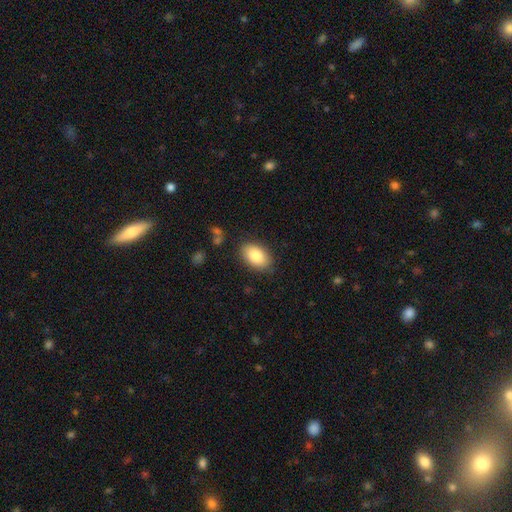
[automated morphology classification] Overall: smooth (84%). How rounded: in between (91%). Merging: none (84%).